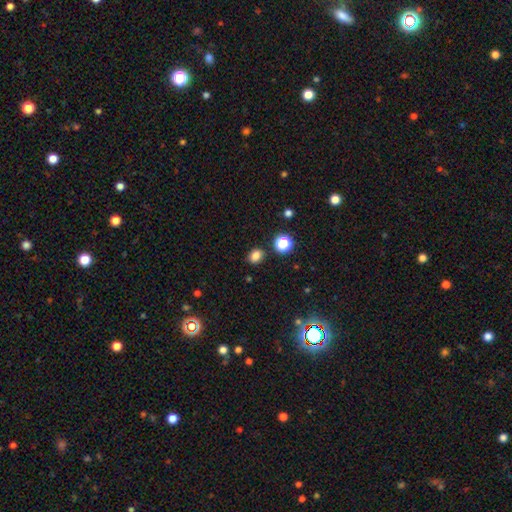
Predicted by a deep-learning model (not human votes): Smooth or featured: smooth — 81% (star or artifact — 14%)
How rounded: round — 50% (in between — 49%)
Merging: none — 86% (minor disturbance — 8%)